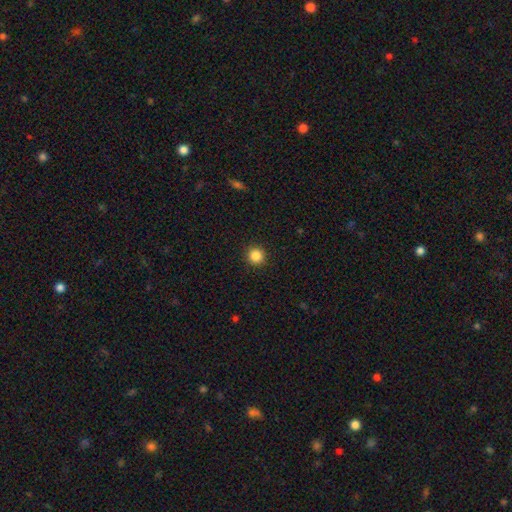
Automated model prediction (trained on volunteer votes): A smooth galaxy with no disk features (86%) that is round (95%). Merging: none (92%).